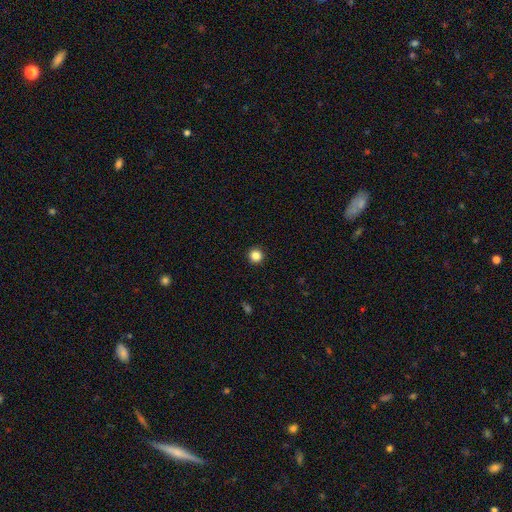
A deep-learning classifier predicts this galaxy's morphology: Overall: smooth (85%). How rounded: round (96%). Merging: none (93%).